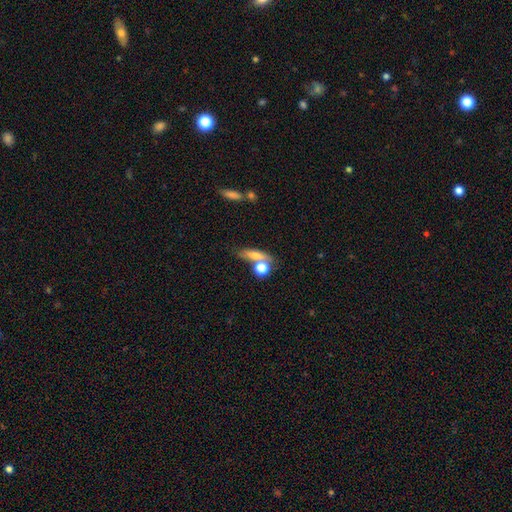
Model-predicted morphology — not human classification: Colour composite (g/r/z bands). It shows a smooth galaxy with no disk features (68%) that is in between round and cigar-shaped (42%). Merging: none (49%).